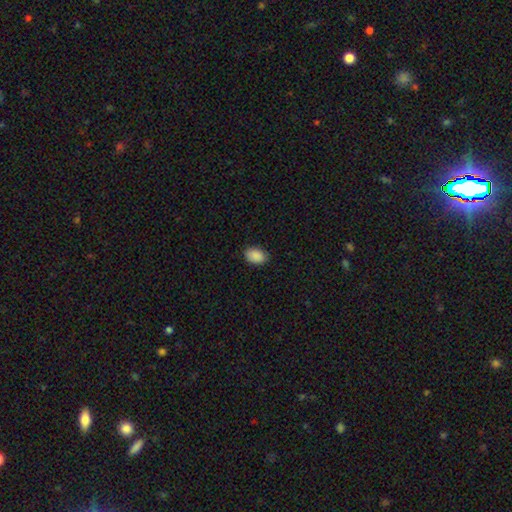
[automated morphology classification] This is clearly a smooth galaxy (90%). How rounded: clearly in between (85%). Merging: clearly none (85%).